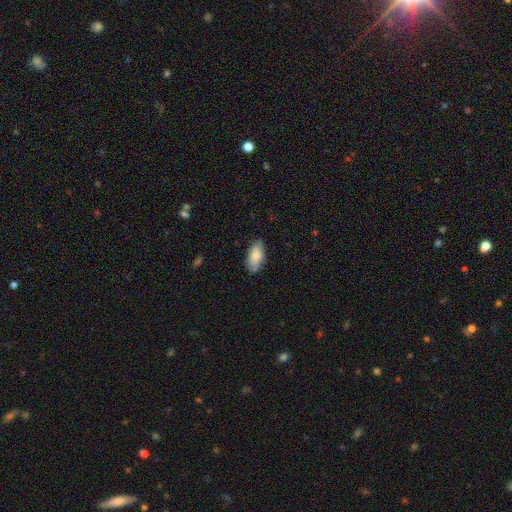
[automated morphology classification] This appears to be a smooth galaxy with no disk features (76%) that is in between round and cigar-shaped (89%). Merging: none (76%).